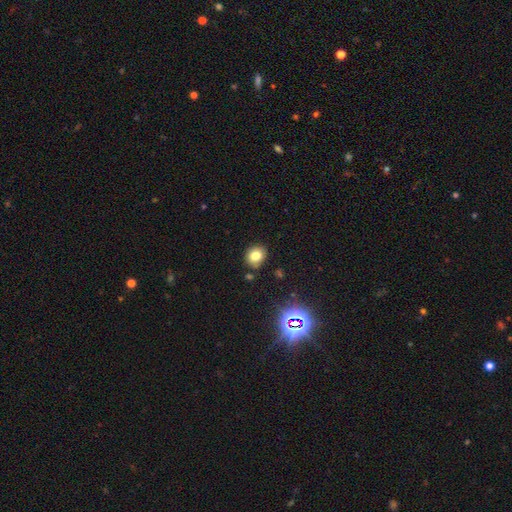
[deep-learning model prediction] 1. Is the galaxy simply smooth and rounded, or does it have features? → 76% smooth, 14% star or artifact, 9% featured or disk.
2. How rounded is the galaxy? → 62% round, 37% in between, 1% cigar-shaped.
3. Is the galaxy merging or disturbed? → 84% none, 11% minor disturbance, 4% merger, 2% major disturbance.